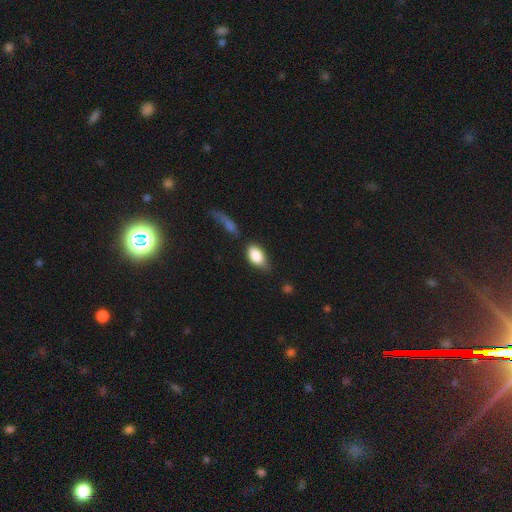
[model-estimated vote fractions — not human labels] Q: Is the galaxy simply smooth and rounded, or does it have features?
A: smooth — 85%.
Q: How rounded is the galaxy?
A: in between — 91%.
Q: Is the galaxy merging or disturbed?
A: none — 58%.